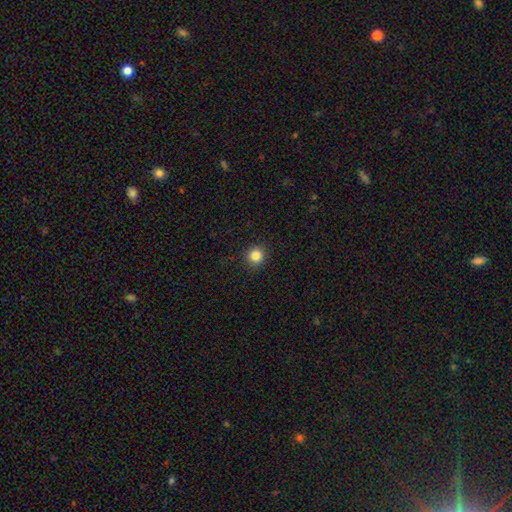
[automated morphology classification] The model was most divided on "smooth or featured": smooth: 85%, star or artifact: 11%, featured or disk: 4%. More confident: how rounded — round (93%); merging — none (92%).